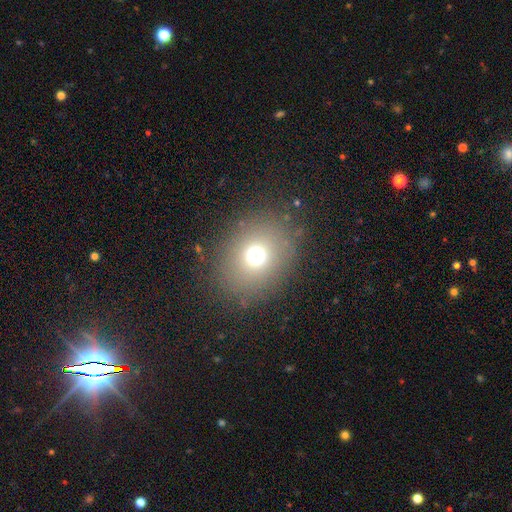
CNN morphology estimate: Smooth or featured: smooth — 70% (star or artifact — 19%)
How rounded: round — 66% (in between — 33%)
Merging: none — 83% (minor disturbance — 9%)